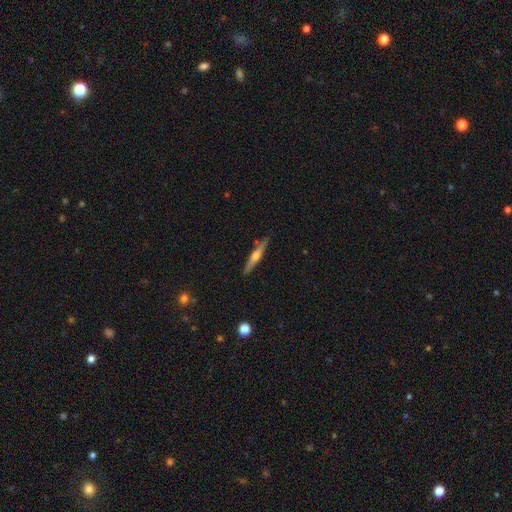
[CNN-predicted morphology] A featured or disk galaxy (66%) viewed edge-on (97%) with a rounded central bulge (90%).

Vote fractions:
- Smooth or featured? featured or disk: 66% / smooth: 28% / star or artifact: 6%
- Edge-on disk? yes: 97% / no: 3%
- Edge-on bulge? rounded: 90% / none: 5% / boxy: 4%
- Merging? none: 88% / minor disturbance: 8% / merger: 2% / major disturbance: 2%